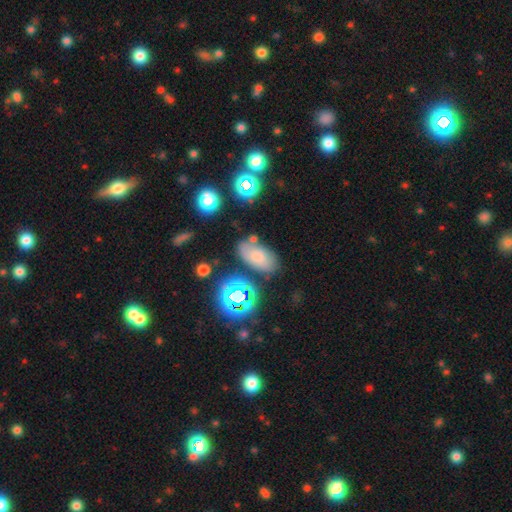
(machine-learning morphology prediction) smooth-or-featured: smooth: 68% | star or artifact: 16% | featured or disk: 16%
  how-rounded: in between: 92% | round: 6% | cigar-shaped: 3%
  merging: none: 68% | minor disturbance: 18% | merger: 8% | major disturbance: 6%